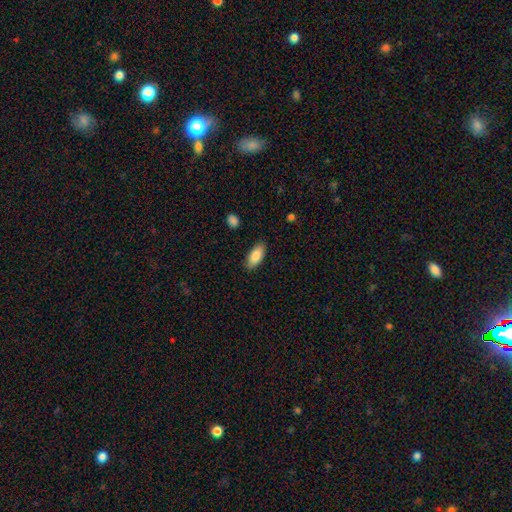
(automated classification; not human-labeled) A smooth galaxy with no disk features (85%) that is in between round and cigar-shaped (86%). Merging: none (87%).